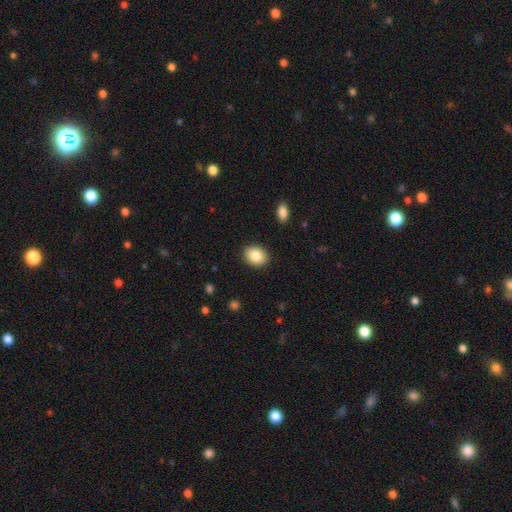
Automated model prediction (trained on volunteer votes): A smooth galaxy with no disk features (85%) that is in between round and cigar-shaped (56%).

Vote fractions:
- Smooth or featured? smooth: 85% / featured or disk: 8% / star or artifact: 8%
- How rounded? in between: 56% / round: 43% / cigar-shaped: 1%
- Merging? none: 89% / minor disturbance: 8% / major disturbance: 2% / merger: 1%